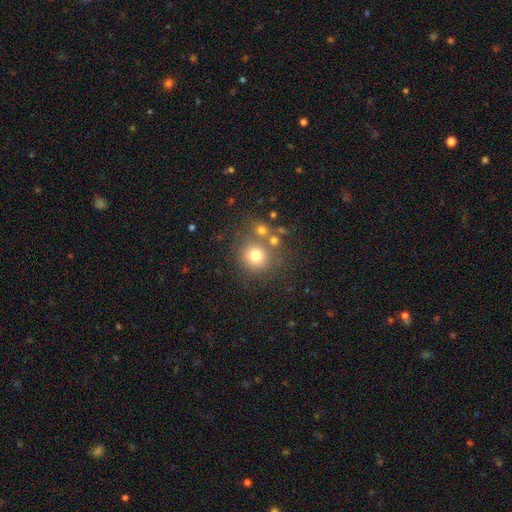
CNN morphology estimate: Smooth or featured? Predicted: smooth (p=0.74). How rounded? Predicted: round (p=0.91). Merging? Predicted: none (p=0.68).